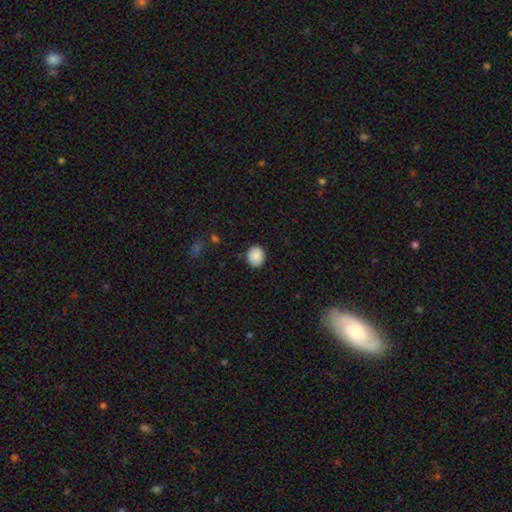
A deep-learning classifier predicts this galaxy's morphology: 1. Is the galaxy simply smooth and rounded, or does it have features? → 89% smooth, 8% star or artifact, 3% featured or disk.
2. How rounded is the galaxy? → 70% round, 30% in between, 1% cigar-shaped.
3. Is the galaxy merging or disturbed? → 86% none, 10% minor disturbance, 2% major disturbance, 1% merger.